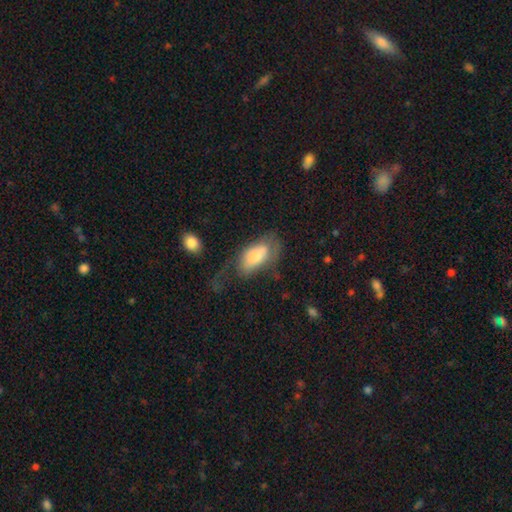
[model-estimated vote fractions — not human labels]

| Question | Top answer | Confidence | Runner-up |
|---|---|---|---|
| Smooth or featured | smooth | 66% | featured or disk (27%) |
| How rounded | in between | 92% | cigar-shaped (5%) |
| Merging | major disturbance | 35% | none (33%) |